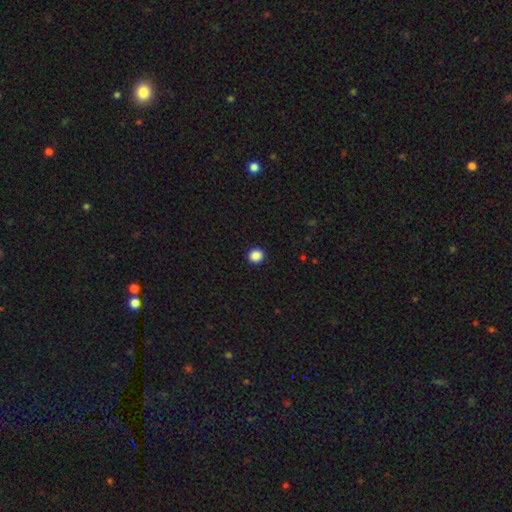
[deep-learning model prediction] Smooth or featured? Predicted: smooth (p=0.88). How rounded? Predicted: round (p=0.88). Merging? Predicted: none (p=0.93).